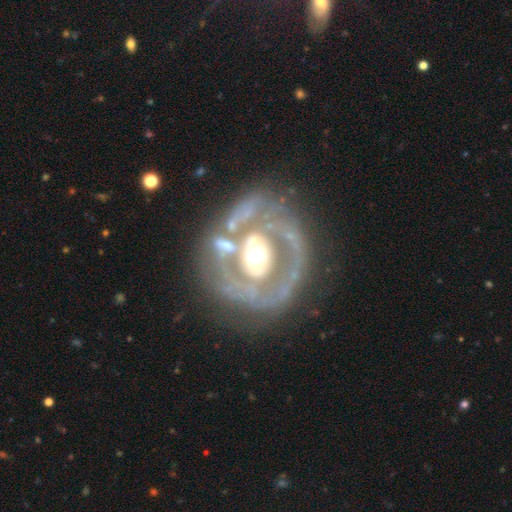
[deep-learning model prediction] featured or disk 79%, smooth 14%, star or artifact 7%. Down the decision tree: edge-on disk — no (96%); bar — no (60%); spiral arms — yes (59%); bulge size — moderate (58%); merging — none (51%).